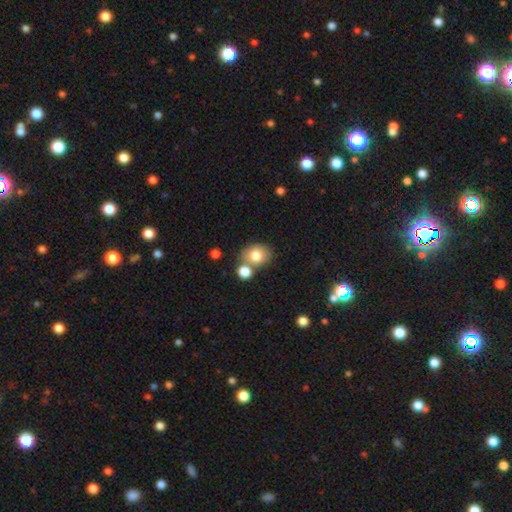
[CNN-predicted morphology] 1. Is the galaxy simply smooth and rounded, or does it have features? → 78% smooth, 12% featured or disk, 10% star or artifact.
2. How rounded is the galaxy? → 52% round, 47% in between, 1% cigar-shaped.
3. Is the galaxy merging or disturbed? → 61% none, 24% merger, 12% minor disturbance, 4% major disturbance.